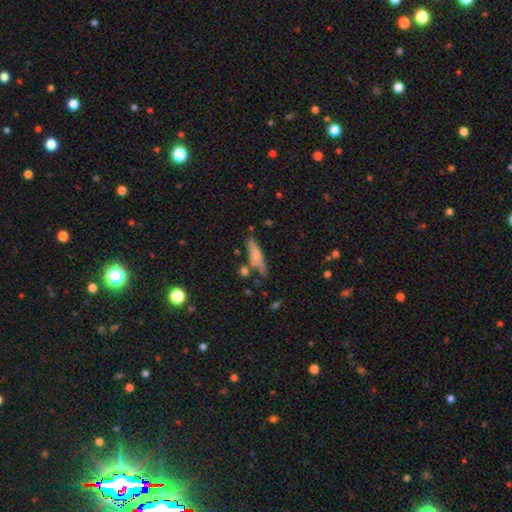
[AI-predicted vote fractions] A smooth galaxy with no disk features (72%) that is cigar-shaped (75%). Merging: none (70%).